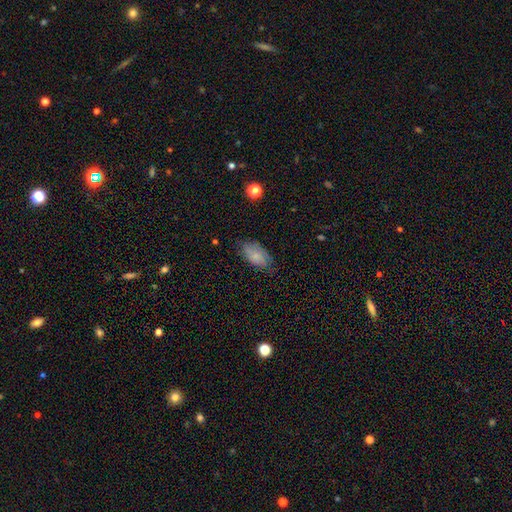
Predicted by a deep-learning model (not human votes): This appears to be a smooth galaxy with no disk features (75%) that is in between round and cigar-shaped (93%). Merging: none (69%).